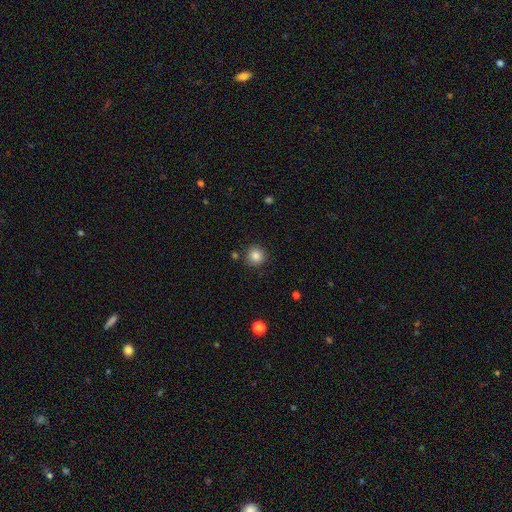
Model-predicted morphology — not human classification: smooth-or-featured: smooth: 85% | star or artifact: 10% | featured or disk: 5%
  how-rounded: round: 94% | in between: 6% | cigar-shaped: 1%
  merging: none: 87% | minor disturbance: 8% | merger: 3% | major disturbance: 2%